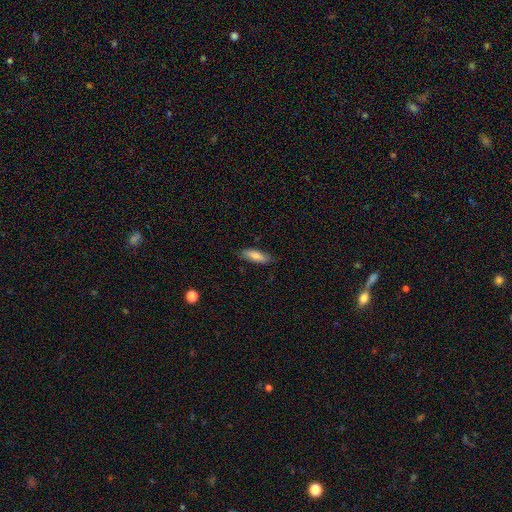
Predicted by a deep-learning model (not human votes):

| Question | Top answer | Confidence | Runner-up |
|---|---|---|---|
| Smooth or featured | smooth | 79% | featured or disk (15%) |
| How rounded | in between | 56% | cigar-shaped (42%) |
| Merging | none | 82% | minor disturbance (14%) |